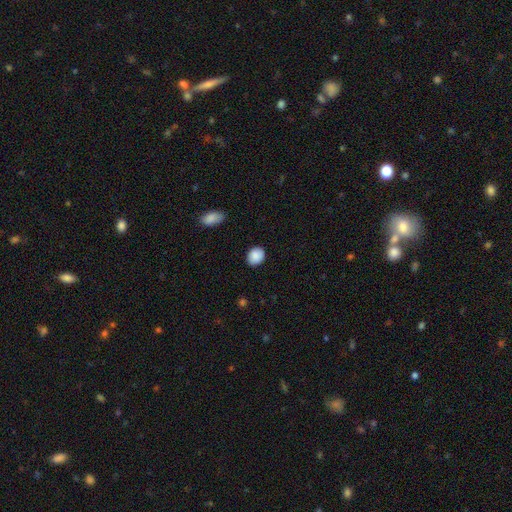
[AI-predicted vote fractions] Smooth or featured?
  - smooth: 89% *
  - star or artifact: 7%
  - featured or disk: 4%
How rounded?
  - round: 58% *
  - in between: 41%
  - cigar-shaped: 1%
Merging?
  - none: 86% *
  - minor disturbance: 10%
  - major disturbance: 2%
  - merger: 1%